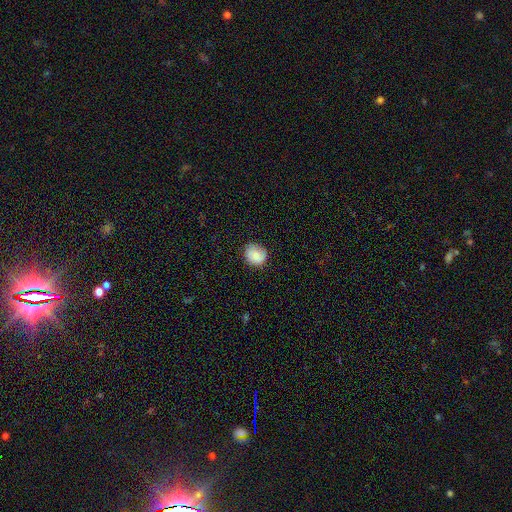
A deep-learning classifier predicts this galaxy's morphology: smooth_or_featured: smooth (p=0.79) [alt: featured or disk p=0.13]
how_rounded: round (p=0.76) [alt: in between p=0.24]
merging: none (p=0.78) [alt: minor disturbance p=0.17]